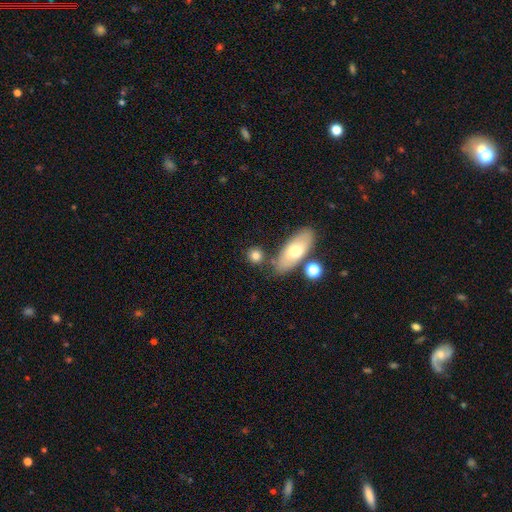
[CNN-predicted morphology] Q: Smooth or featured?
A: smooth (77%); runner-up: featured or disk (14%)
Q: How rounded?
A: round (64%); runner-up: in between (28%)
Q: Merging?
A: none (73%); runner-up: merger (12%)